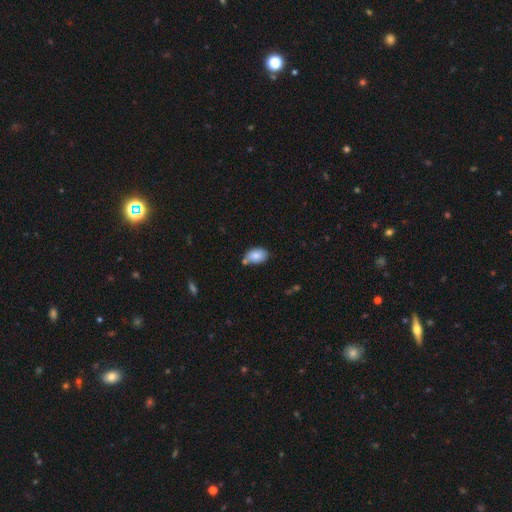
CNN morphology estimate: Smooth or featured? smooth (81%)
How rounded? in between (88%)
Merging? none (55%)